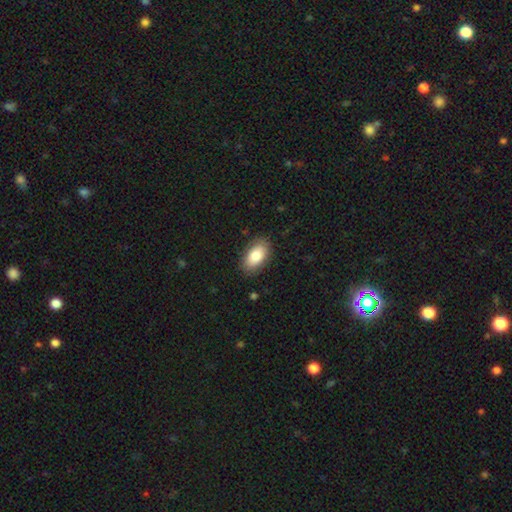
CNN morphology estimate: This appears to be a smooth galaxy with no disk features (81%) that is in between round and cigar-shaped (94%). Merging: none (84%).